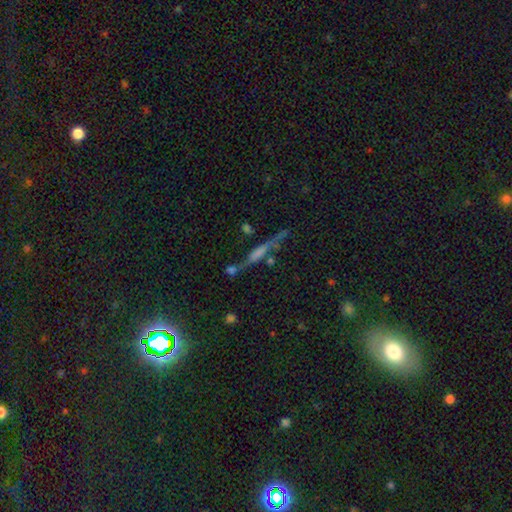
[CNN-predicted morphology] Smooth or featured? Predicted: featured or disk (p=0.53). Edge-on disk? Predicted: yes (p=0.84). Merging? Predicted: none (p=0.66).